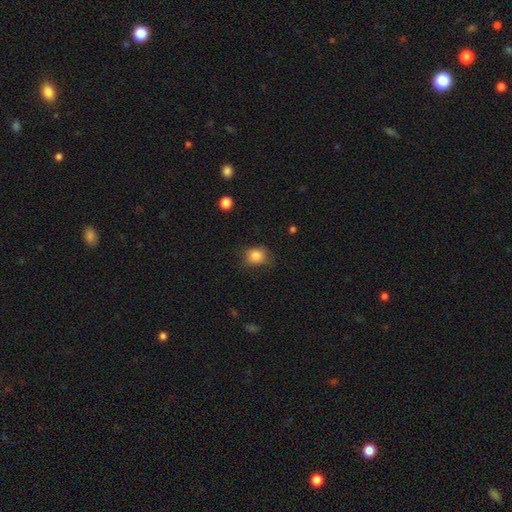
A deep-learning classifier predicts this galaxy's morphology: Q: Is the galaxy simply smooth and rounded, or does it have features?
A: smooth — 84%.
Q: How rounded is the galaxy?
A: round — 61%.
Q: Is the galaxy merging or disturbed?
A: none — 70%.